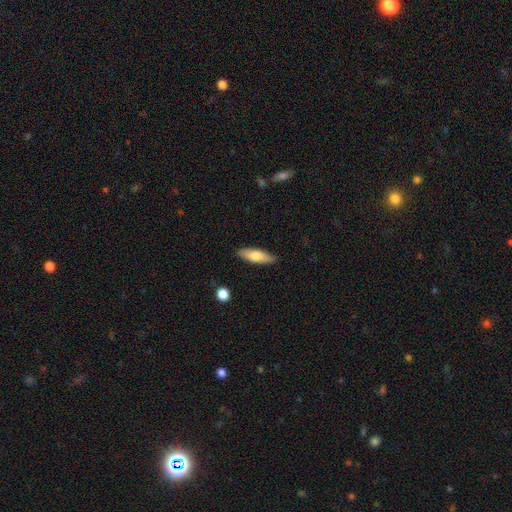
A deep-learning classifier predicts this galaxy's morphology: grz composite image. It shows a smooth galaxy with no disk features (71%) that is in between round and cigar-shaped (52%). Merging: none (87%).